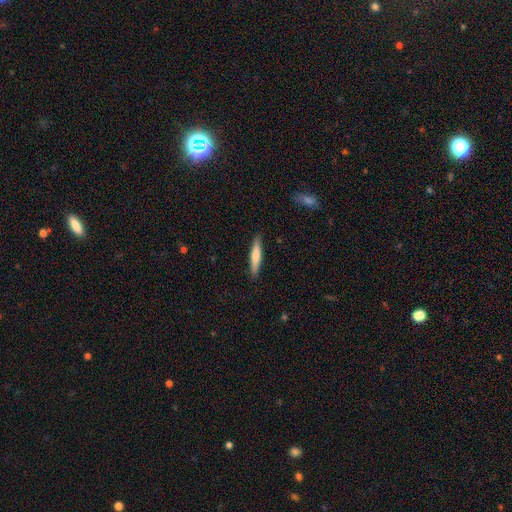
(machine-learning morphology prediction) This appears to be a smooth galaxy with no disk features (67%) that is cigar-shaped (90%). Merging: none (89%).